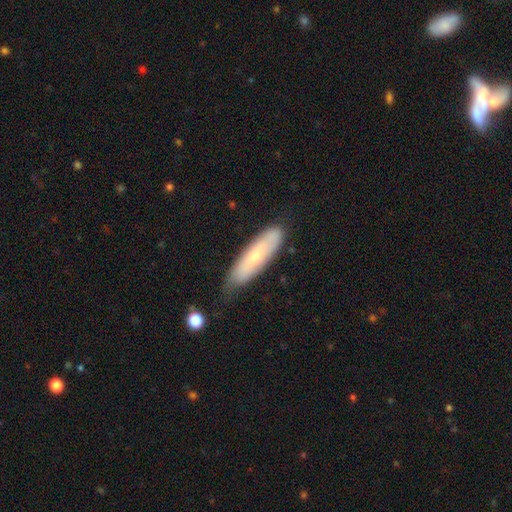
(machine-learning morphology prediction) This is possibly a smooth galaxy (59%). How rounded: likely cigar-shaped (65%). Merging: likely none (69%).